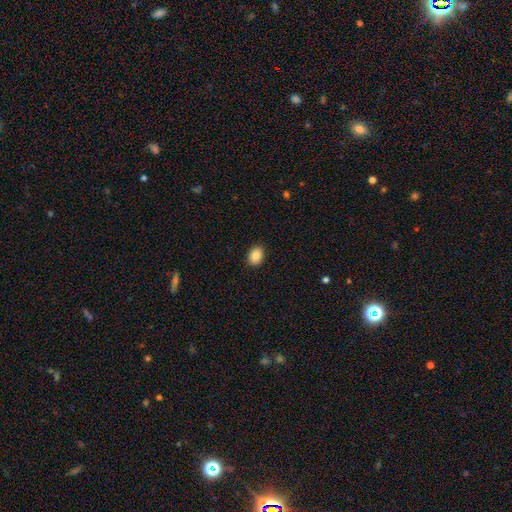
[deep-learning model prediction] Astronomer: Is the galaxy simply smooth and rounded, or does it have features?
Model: smooth — 87%.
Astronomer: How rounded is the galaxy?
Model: in between — 71%.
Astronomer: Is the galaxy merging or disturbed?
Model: none — 90%.